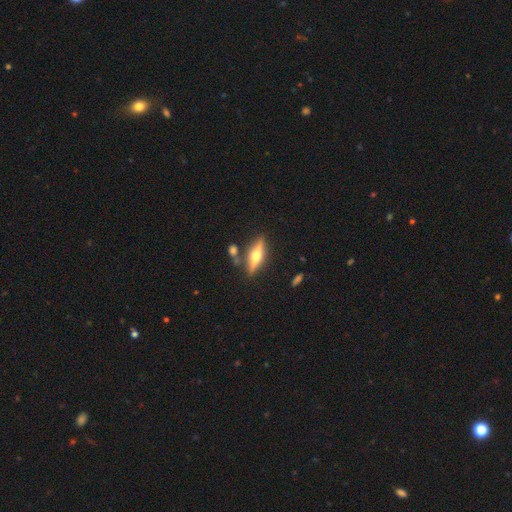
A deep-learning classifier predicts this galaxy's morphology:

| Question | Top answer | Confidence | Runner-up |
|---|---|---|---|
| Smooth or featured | featured or disk | 68% | smooth (26%) |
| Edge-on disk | yes | 94% | no (6%) |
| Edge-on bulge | rounded | 95% | boxy (2%) |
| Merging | none | 78% | minor disturbance (11%) |